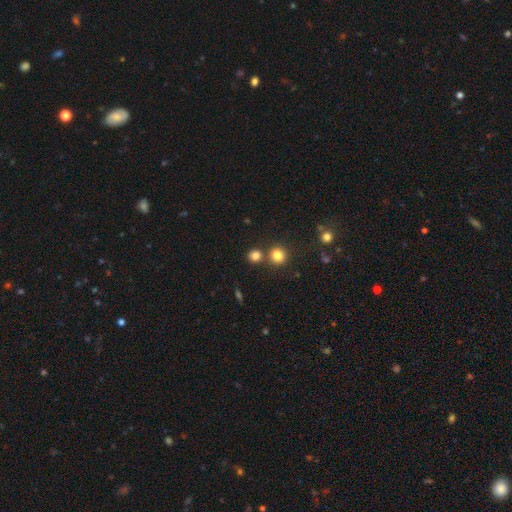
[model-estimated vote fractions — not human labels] Smooth or featured?
  - smooth: 81% *
  - star or artifact: 14%
  - featured or disk: 6%
How rounded?
  - round: 88% *
  - in between: 11%
  - cigar-shaped: 1%
Merging?
  - none: 72% *
  - merger: 19%
  - minor disturbance: 7%
  - major disturbance: 3%